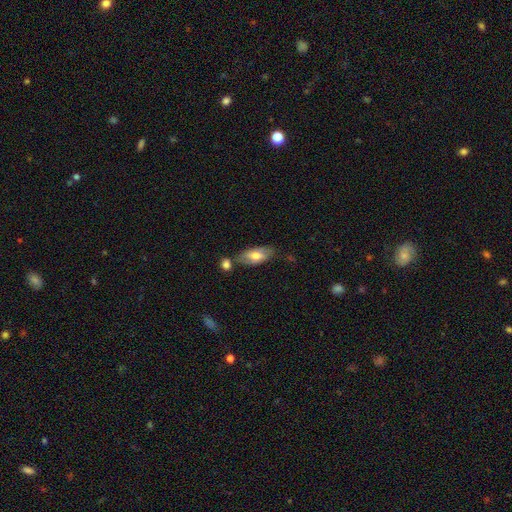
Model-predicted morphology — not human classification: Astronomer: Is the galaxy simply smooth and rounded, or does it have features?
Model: smooth — 62%.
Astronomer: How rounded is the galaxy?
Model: in between — 86%.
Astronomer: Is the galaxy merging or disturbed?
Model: none — 61%.